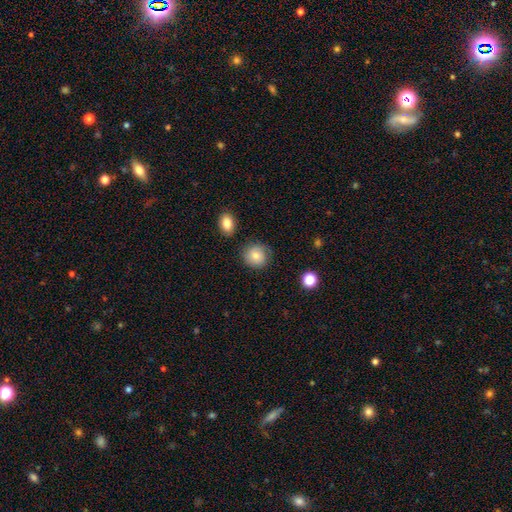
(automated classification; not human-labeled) smooth 75%, featured or disk 16%, star or artifact 9%. Down the decision tree: how rounded — round (87%); merging — none (76%).